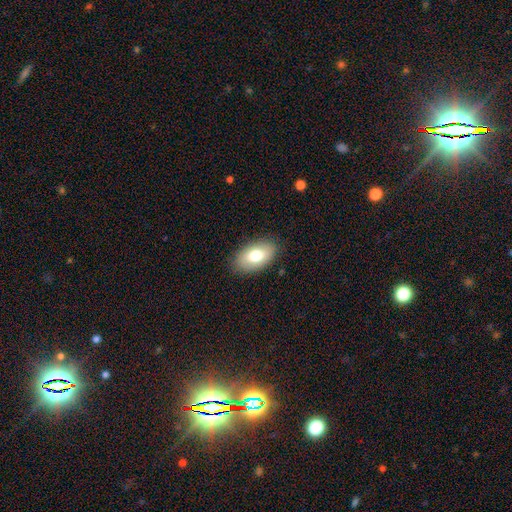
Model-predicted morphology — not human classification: smooth_or_featured: smooth (p=0.75) [alt: featured or disk p=0.18]
how_rounded: in between (p=0.93) [alt: round p=0.05]
merging: none (p=0.86) [alt: minor disturbance p=0.10]